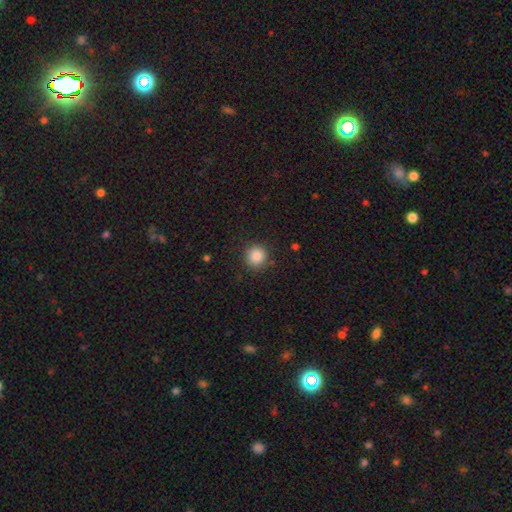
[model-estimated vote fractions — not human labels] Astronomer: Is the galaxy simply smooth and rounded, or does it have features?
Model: smooth — 86%.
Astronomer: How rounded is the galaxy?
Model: round — 93%.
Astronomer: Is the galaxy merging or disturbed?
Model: none — 88%.